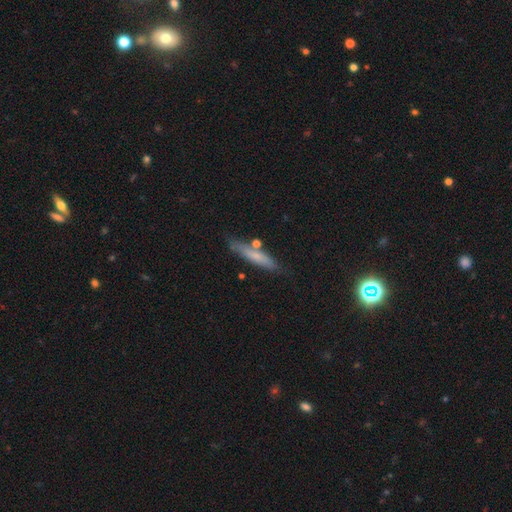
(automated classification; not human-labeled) Smooth or featured?
  - smooth: 63% *
  - featured or disk: 29%
  - star or artifact: 7%
How rounded?
  - cigar-shaped: 88% *
  - in between: 10%
  - round: 2%
Merging?
  - none: 76% *
  - minor disturbance: 14%
  - merger: 6%
  - major disturbance: 3%